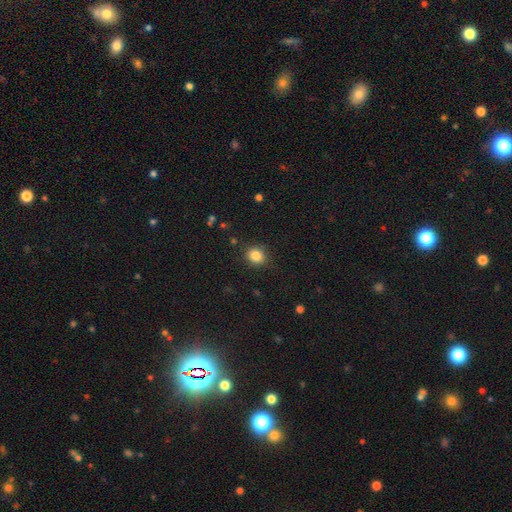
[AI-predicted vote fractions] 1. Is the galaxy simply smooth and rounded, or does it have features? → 84% smooth, 11% star or artifact, 5% featured or disk.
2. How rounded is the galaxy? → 69% round, 30% in between, 1% cigar-shaped.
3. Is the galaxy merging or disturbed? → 87% none, 10% minor disturbance, 3% major disturbance, 1% merger.